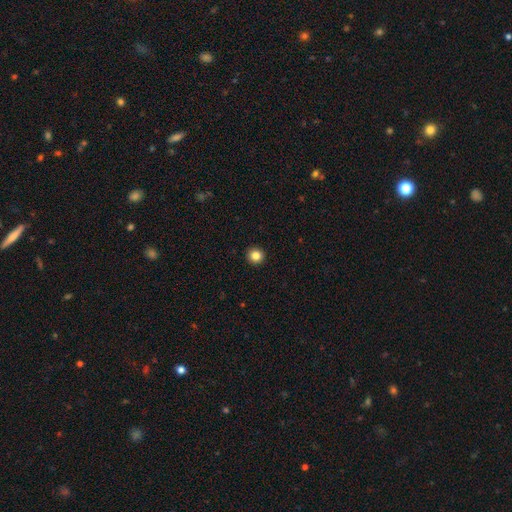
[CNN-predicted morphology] type=smooth (84%); roundness=round (93%); merging=none (94%).